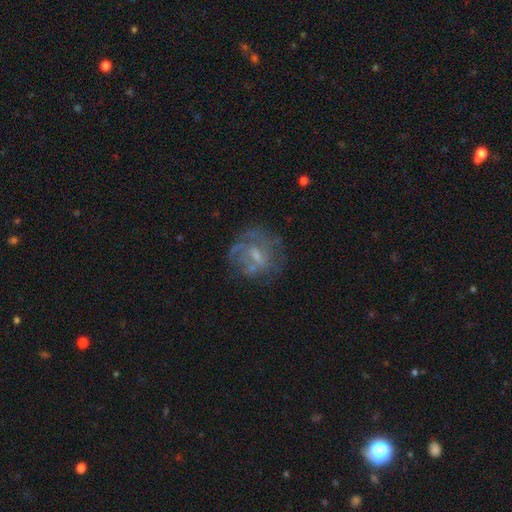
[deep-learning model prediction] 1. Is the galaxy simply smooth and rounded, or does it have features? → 65% featured or disk, 24% smooth, 11% star or artifact.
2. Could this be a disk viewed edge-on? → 97% no, 3% yes.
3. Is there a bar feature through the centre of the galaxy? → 50% weak, 39% no, 11% strong.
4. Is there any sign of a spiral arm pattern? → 60% yes, 40% no.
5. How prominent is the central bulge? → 46% small, 32% moderate, 19% none, 2% large, 1% dominant.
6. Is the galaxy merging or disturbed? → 56% none, 20% minor disturbance, 19% major disturbance, 5% merger.